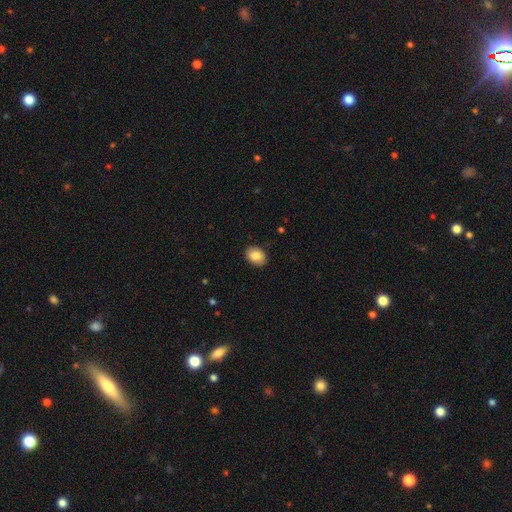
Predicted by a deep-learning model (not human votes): smooth_or_featured: smooth (p=0.85) [alt: star or artifact p=0.08]
how_rounded: in between (p=0.66) [alt: round p=0.33]
merging: none (p=0.90) [alt: minor disturbance p=0.08]